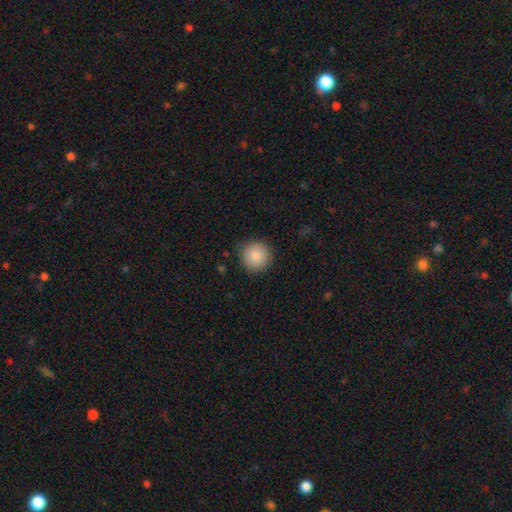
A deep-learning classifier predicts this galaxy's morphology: smooth 87%, star or artifact 8%, featured or disk 5%. Down the decision tree: how rounded — round (95%); merging — none (87%).